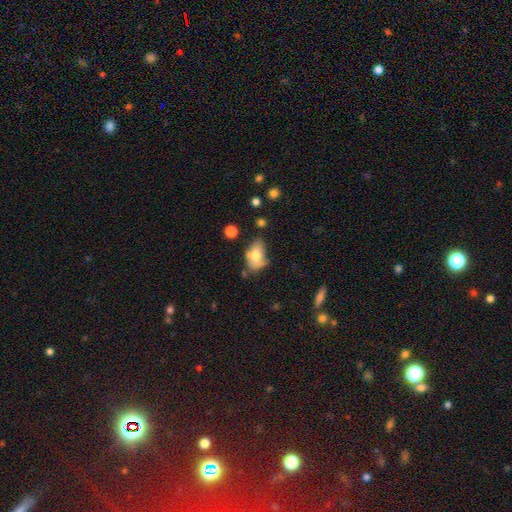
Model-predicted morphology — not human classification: Smooth or featured: smooth — 68% (featured or disk — 23%)
How rounded: in between — 86% (round — 12%)
Merging: none — 39% (minor disturbance — 36%)